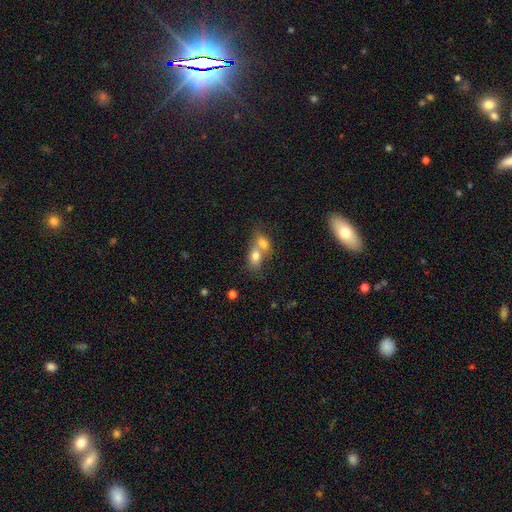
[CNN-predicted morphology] Q: Smooth or featured?
A: smooth (76%); runner-up: featured or disk (16%)
Q: How rounded?
A: in between (78%); runner-up: round (19%)
Q: Merging?
A: merger (71%); runner-up: none (20%)